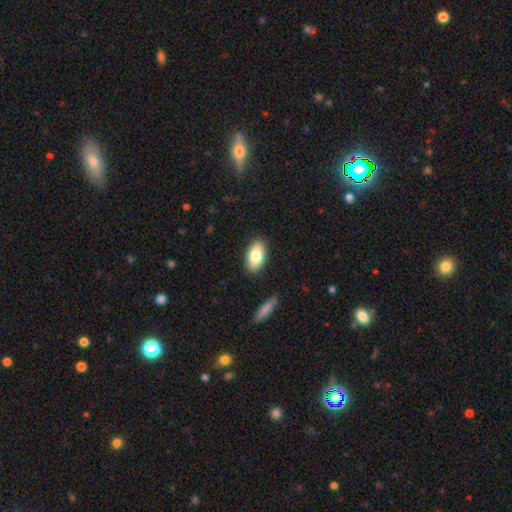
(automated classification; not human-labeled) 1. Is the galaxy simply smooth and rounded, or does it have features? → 81% smooth, 13% featured or disk, 7% star or artifact.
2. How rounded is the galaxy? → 92% in between, 4% round, 4% cigar-shaped.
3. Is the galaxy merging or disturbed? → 87% none, 9% minor disturbance, 2% major disturbance, 2% merger.